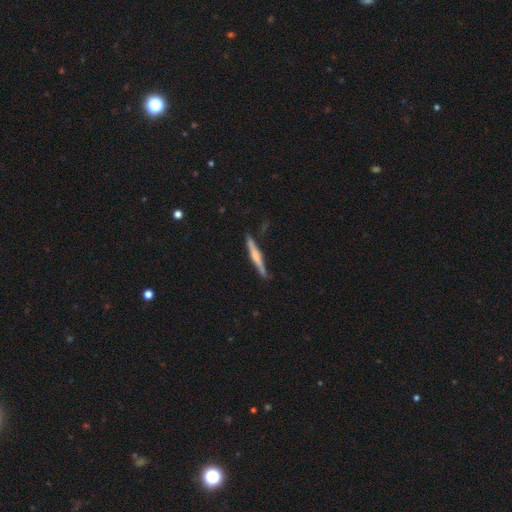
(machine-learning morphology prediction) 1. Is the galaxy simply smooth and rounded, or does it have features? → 52% featured or disk, 42% smooth, 5% star or artifact.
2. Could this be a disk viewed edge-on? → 97% yes, 3% no.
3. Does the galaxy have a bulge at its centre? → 50% rounded, 26% none, 24% boxy.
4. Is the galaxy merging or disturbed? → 82% none, 13% minor disturbance, 2% major disturbance, 2% merger.